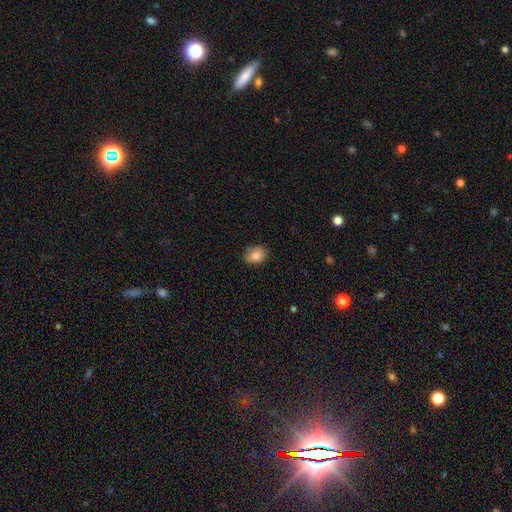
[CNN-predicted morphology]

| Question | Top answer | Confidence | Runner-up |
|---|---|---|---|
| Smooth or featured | smooth | 82% | star or artifact (9%) |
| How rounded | round | 53% | in between (46%) |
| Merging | none | 84% | minor disturbance (13%) |